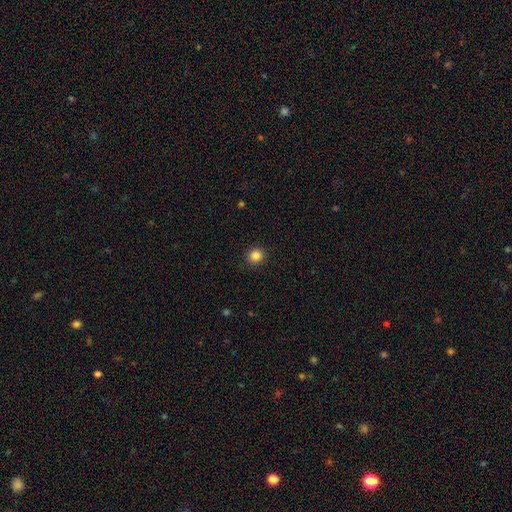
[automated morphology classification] The model was most divided on "smooth or featured": smooth: 85%, star or artifact: 11%, featured or disk: 4%. More confident: merging — none (92%); how rounded — round (90%).